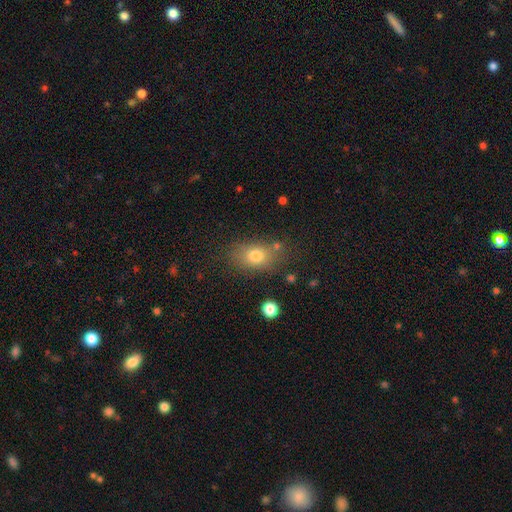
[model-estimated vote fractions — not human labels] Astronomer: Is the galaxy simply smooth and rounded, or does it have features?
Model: smooth — 77%.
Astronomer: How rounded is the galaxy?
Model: in between — 71%.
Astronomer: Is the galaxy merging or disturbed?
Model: none — 73%.